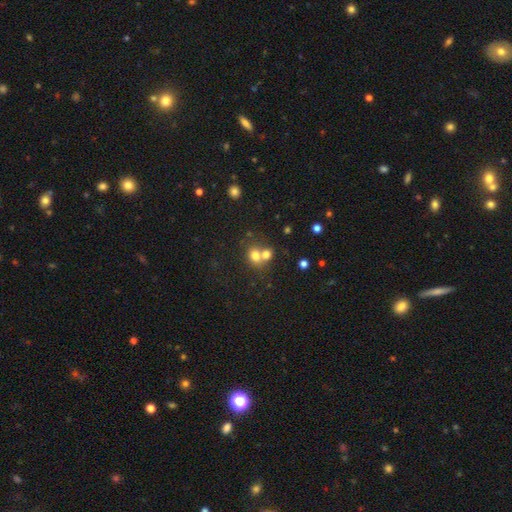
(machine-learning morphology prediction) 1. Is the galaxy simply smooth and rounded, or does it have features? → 73% smooth, 14% star or artifact, 13% featured or disk.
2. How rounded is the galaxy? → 64% round, 35% in between, 1% cigar-shaped.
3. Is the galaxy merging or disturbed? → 55% merger, 35% none, 7% minor disturbance, 3% major disturbance.